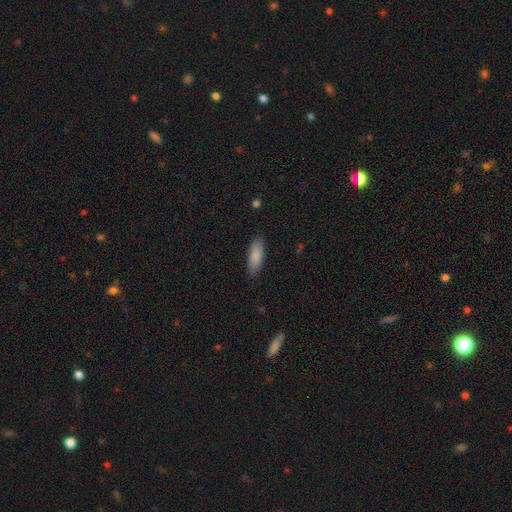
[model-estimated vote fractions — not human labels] Overall: smooth (86%). How rounded: in between (68%; cigar-shaped 30%). Merging: none (86%).